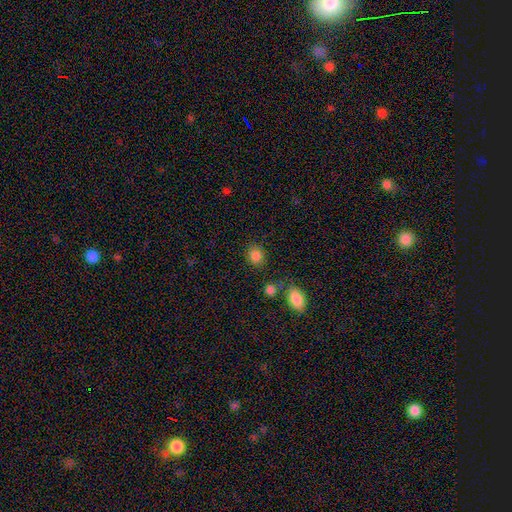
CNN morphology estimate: smooth_or_featured: smooth (p=0.86) [alt: star or artifact p=0.10]
how_rounded: round (p=0.71) [alt: in between p=0.28]
merging: none (p=0.80) [alt: minor disturbance p=0.11]